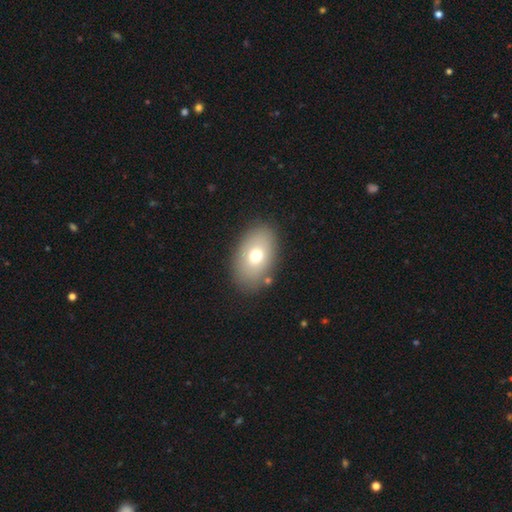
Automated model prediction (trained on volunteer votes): Smooth or featured? Predicted: smooth (p=0.71). How rounded? Predicted: in between (p=0.88). Merging? Predicted: none (p=0.83).